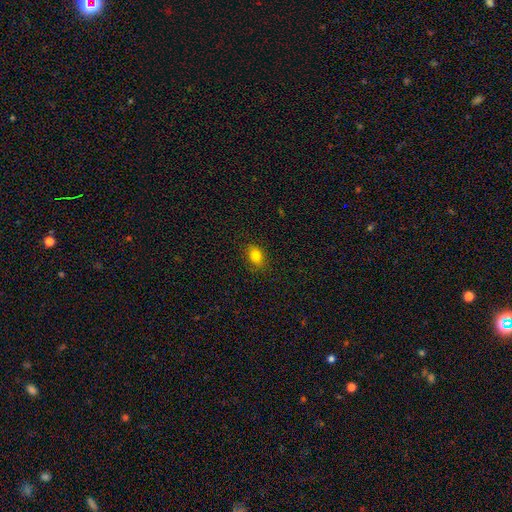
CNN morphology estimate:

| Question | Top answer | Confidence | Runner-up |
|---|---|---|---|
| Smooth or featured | smooth | 81% | star or artifact (11%) |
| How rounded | in between | 73% | round (26%) |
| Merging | none | 85% | minor disturbance (12%) |